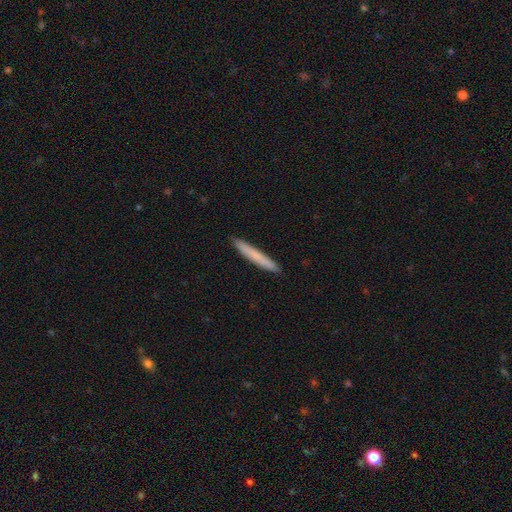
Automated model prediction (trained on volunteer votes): This appears to be a smooth galaxy with no disk features (73%) that is cigar-shaped (96%). Merging: none (92%).